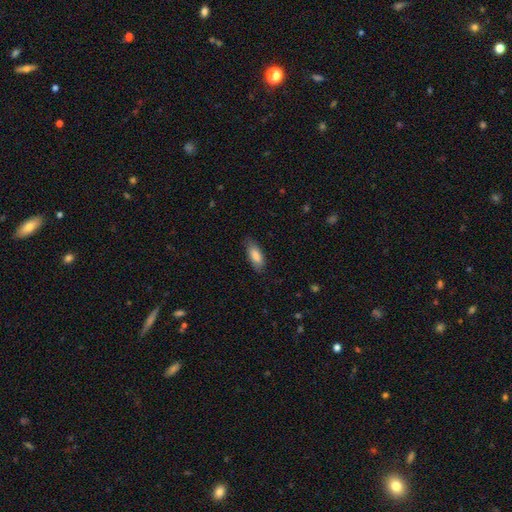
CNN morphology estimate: smooth_or_featured: smooth (p=0.83) [alt: featured or disk p=0.11]
how_rounded: in between (p=0.79) [alt: cigar-shaped p=0.19]
merging: none (p=0.78) [alt: minor disturbance p=0.17]